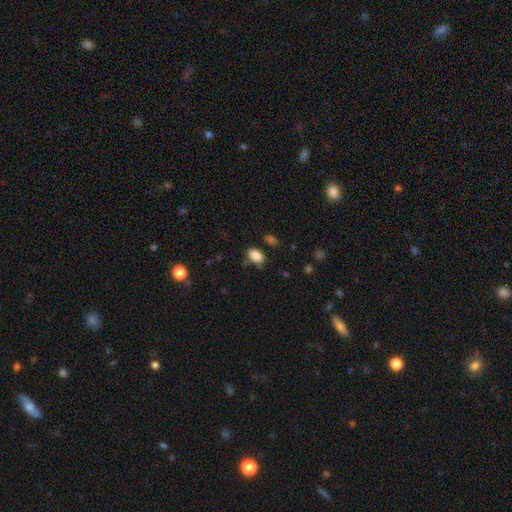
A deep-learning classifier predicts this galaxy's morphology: Smooth or featured?
  - smooth: 86% *
  - star or artifact: 9%
  - featured or disk: 4%
How rounded?
  - in between: 87% *
  - round: 12%
  - cigar-shaped: 1%
Merging?
  - none: 72% *
  - minor disturbance: 18%
  - major disturbance: 5%
  - merger: 5%